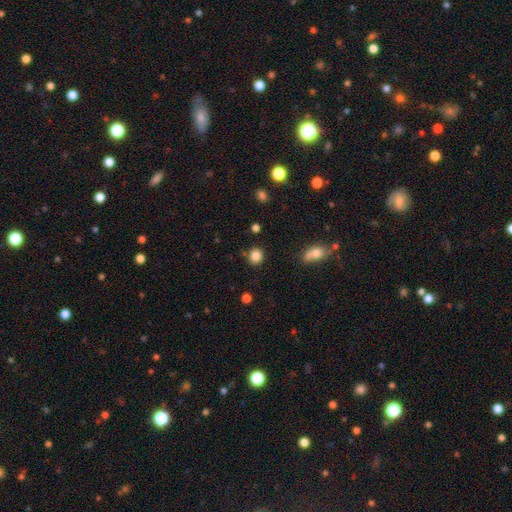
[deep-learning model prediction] Morphology: type=smooth (85%); roundness=round (83%); merging=none (85%).